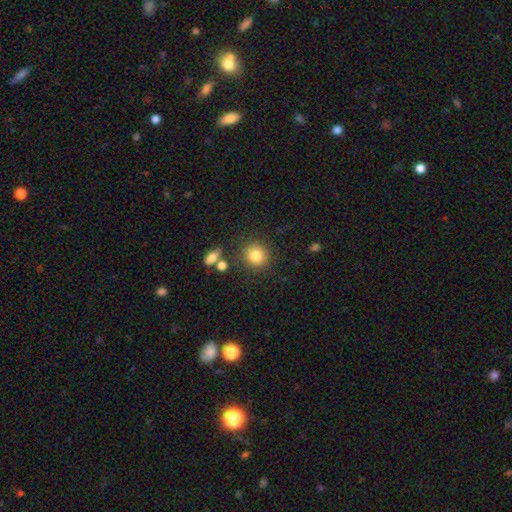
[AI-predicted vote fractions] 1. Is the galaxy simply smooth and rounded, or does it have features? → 82% smooth, 10% star or artifact, 7% featured or disk.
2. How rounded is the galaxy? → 89% round, 10% in between, 1% cigar-shaped.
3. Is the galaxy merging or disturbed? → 81% none, 9% minor disturbance, 6% merger, 3% major disturbance.